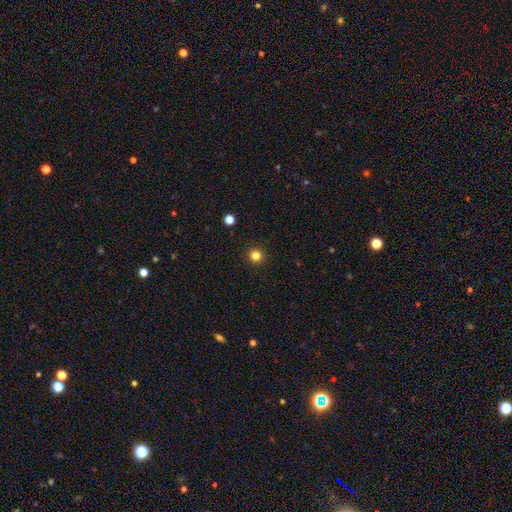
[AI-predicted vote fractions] Smooth or featured?
  - smooth: 81% *
  - star or artifact: 14%
  - featured or disk: 5%
How rounded?
  - round: 93% *
  - in between: 6%
  - cigar-shaped: 1%
Merging?
  - none: 93% *
  - minor disturbance: 5%
  - major disturbance: 2%
  - merger: 1%